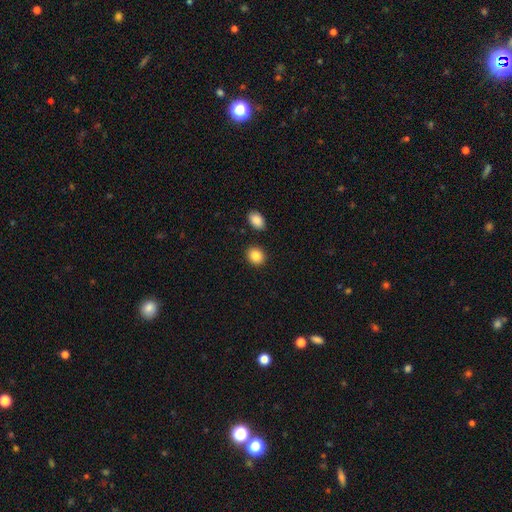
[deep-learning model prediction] smooth 87%, star or artifact 8%, featured or disk 4%. Down the decision tree: how rounded — round (64%); merging — none (87%).